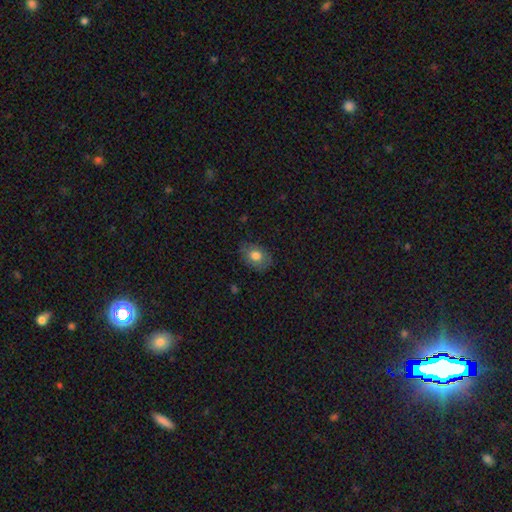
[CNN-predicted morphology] Smooth or featured: smooth — 76% (featured or disk — 15%)
How rounded: in between — 71% (round — 27%)
Merging: none — 77% (minor disturbance — 18%)